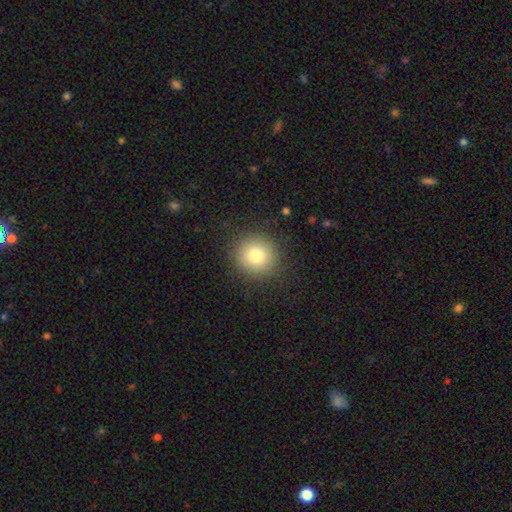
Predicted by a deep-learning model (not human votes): Smooth or featured?
  - smooth: 80% *
  - star or artifact: 11%
  - featured or disk: 9%
How rounded?
  - round: 92% *
  - in between: 7%
  - cigar-shaped: 1%
Merging?
  - none: 89% *
  - minor disturbance: 7%
  - major disturbance: 3%
  - merger: 1%